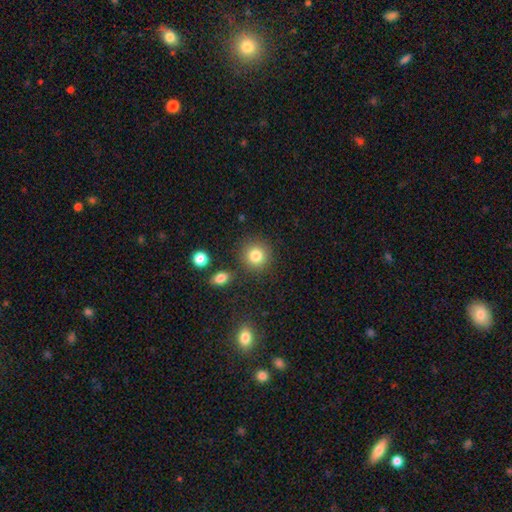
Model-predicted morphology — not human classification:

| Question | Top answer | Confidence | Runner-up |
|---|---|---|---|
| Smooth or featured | smooth | 83% | star or artifact (10%) |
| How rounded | round | 91% | in between (8%) |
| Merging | none | 84% | minor disturbance (8%) |